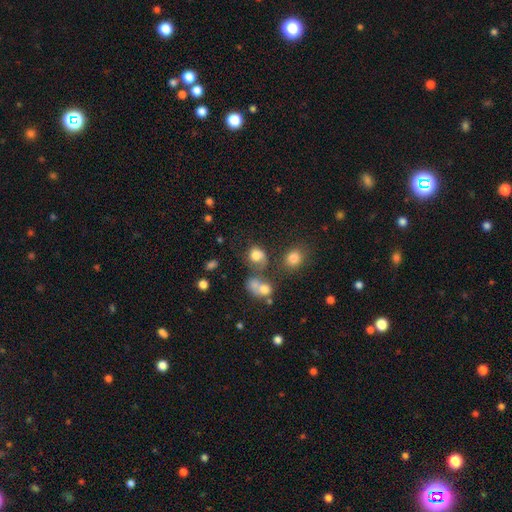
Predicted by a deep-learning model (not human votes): Smooth or featured? smooth (73%)
How rounded? round (62%)
Merging? none (41%)